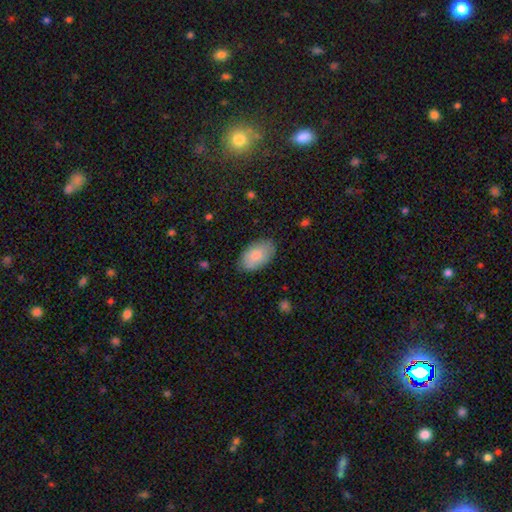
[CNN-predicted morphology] smooth_or_featured: smooth (p=0.83) [alt: featured or disk p=0.11]
how_rounded: in between (p=0.94) [alt: round p=0.05]
merging: none (p=0.83) [alt: minor disturbance p=0.13]